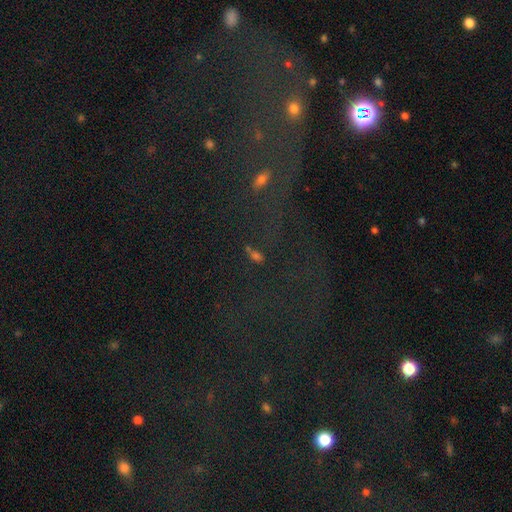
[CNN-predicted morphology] smooth_or_featured: smooth (p=0.48) [alt: star or artifact p=0.38]
merging: none (p=0.58) [alt: merger p=0.16]